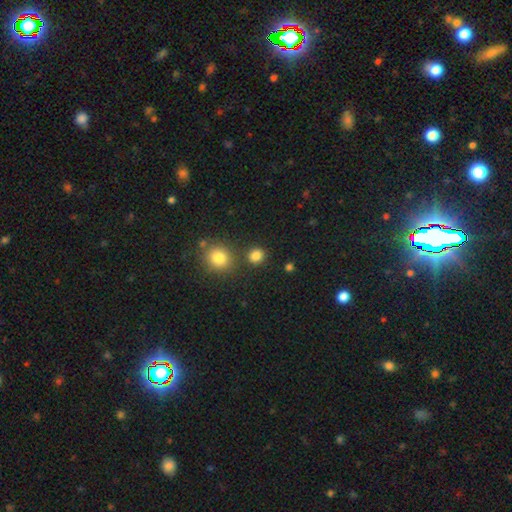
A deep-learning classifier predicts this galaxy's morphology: This appears to be a smooth galaxy with no disk features (82%) that is round (82%). Merging: none (82%).